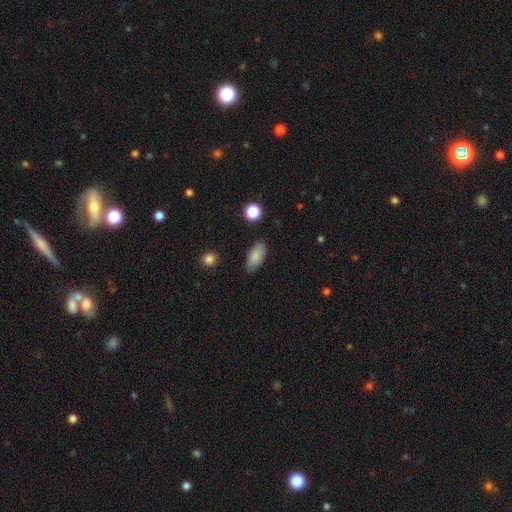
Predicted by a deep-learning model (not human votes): Smooth or featured? smooth (86%)
How rounded? in between (88%)
Merging? none (83%)